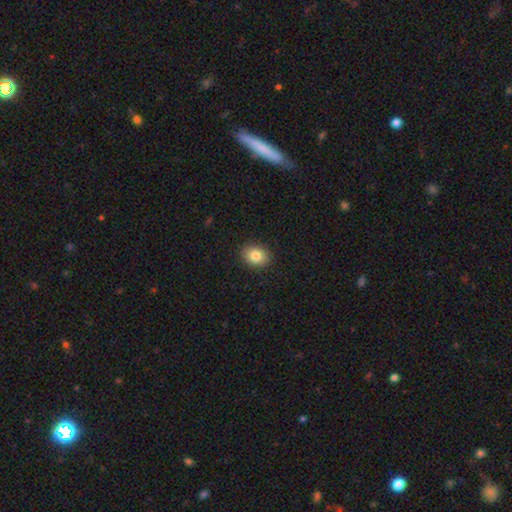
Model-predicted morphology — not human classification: Overall: smooth (83%). How rounded: in between (61%; round 38%). Merging: none (89%).